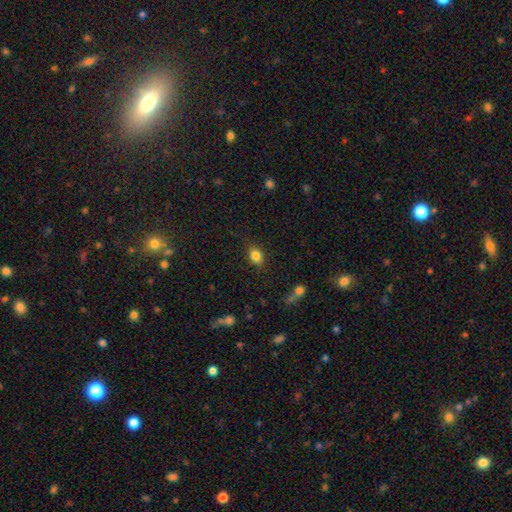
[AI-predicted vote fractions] smooth 83%, star or artifact 10%, featured or disk 7%. Down the decision tree: how rounded — in between (70%); merging — none (80%).